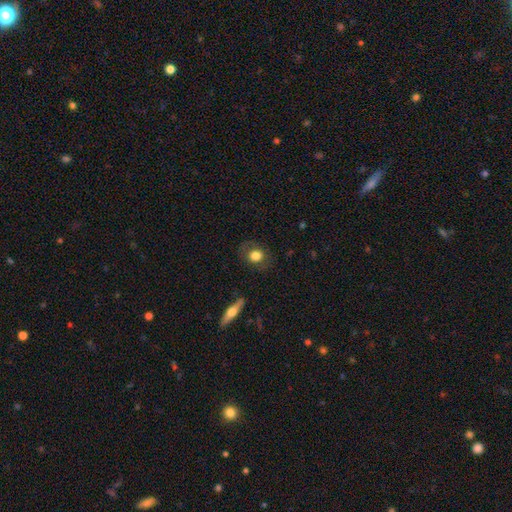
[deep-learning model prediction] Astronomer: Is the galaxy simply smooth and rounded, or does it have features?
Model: smooth — 74%.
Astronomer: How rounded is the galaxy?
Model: round — 60% (runner-up: in between, 38%).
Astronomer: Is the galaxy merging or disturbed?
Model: none — 77%.